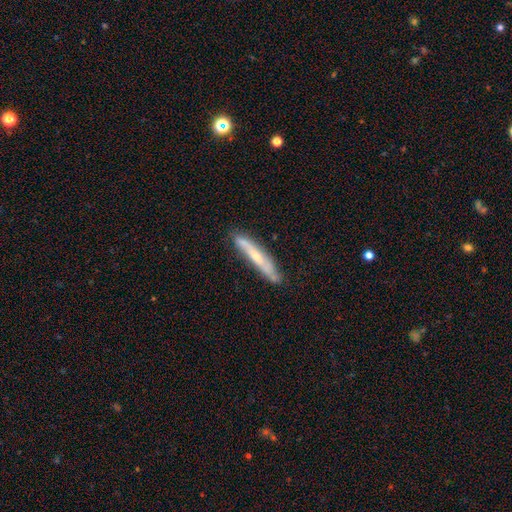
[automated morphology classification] Smooth or featured? featured or disk (56%)
Edge-on disk? yes (74%)
Merging? none (76%)